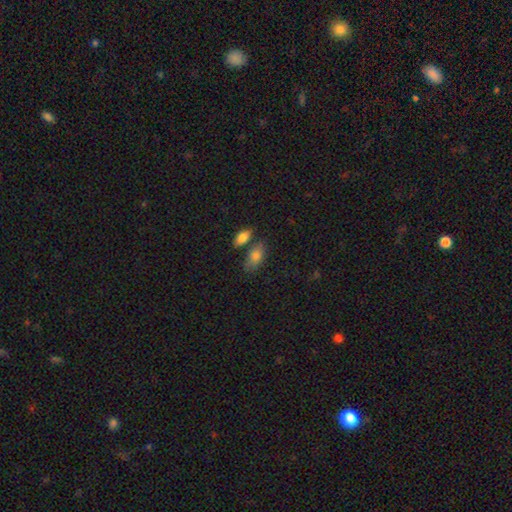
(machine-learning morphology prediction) A smooth galaxy with no disk features (80%) that is in between round and cigar-shaped (88%).

Vote fractions:
- Smooth or featured? smooth: 80% / featured or disk: 12% / star or artifact: 7%
- How rounded? in between: 88% / cigar-shaped: 6% / round: 6%
- Merging? none: 61% / merger: 18% / minor disturbance: 16% / major disturbance: 4%